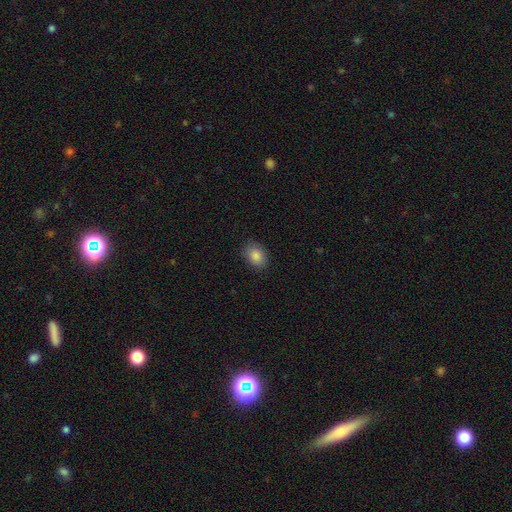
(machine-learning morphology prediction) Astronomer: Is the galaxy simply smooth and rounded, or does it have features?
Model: smooth — 87%.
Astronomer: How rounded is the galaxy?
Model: in between — 72%.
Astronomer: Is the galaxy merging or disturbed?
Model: none — 85%.